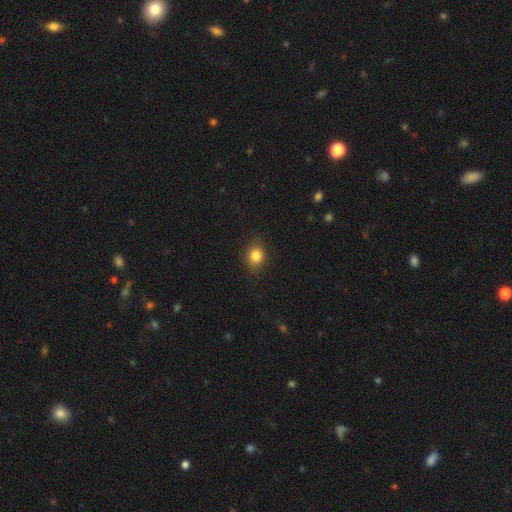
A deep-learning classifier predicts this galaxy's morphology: Q: Smooth or featured?
A: smooth (83%); runner-up: star or artifact (11%)
Q: How rounded?
A: round (59%); runner-up: in between (40%)
Q: Merging?
A: none (85%); runner-up: minor disturbance (11%)